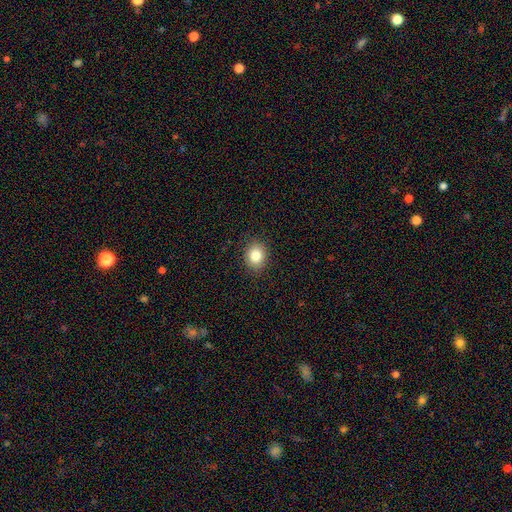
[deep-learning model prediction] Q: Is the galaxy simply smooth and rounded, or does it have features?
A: smooth — 83%.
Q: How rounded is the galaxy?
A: round — 65%.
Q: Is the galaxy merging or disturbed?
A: none — 90%.